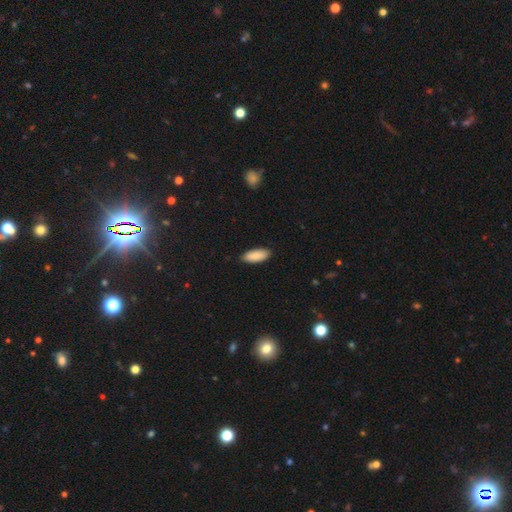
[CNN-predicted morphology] A smooth galaxy with no disk features (87%) that is in between round and cigar-shaped (82%).

Vote fractions:
- Smooth or featured? smooth: 87% / featured or disk: 8% / star or artifact: 6%
- How rounded? in between: 82% / cigar-shaped: 16% / round: 2%
- Merging? none: 88% / minor disturbance: 10% / major disturbance: 2% / merger: 1%